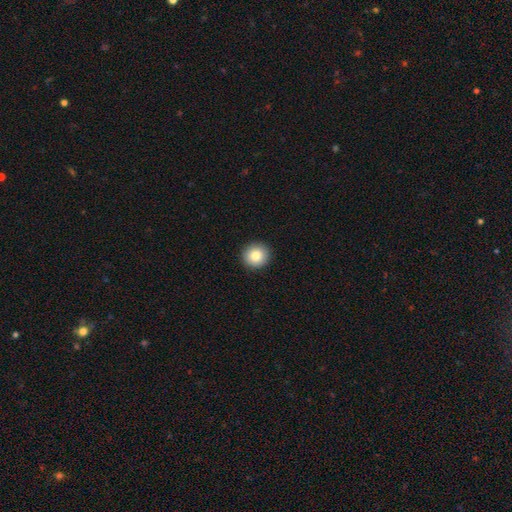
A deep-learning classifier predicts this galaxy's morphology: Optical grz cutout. It shows a smooth galaxy with no disk features (82%) that is round (94%). Merging: none (93%).